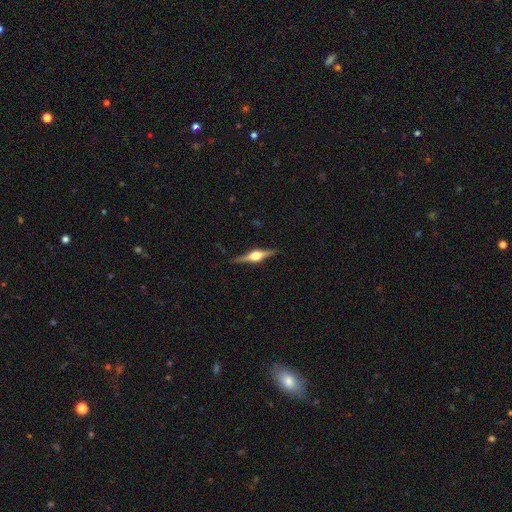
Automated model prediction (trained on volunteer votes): A featured or disk galaxy (82%) viewed edge-on (98%) with a rounded central bulge (95%). Merging: none (90%).